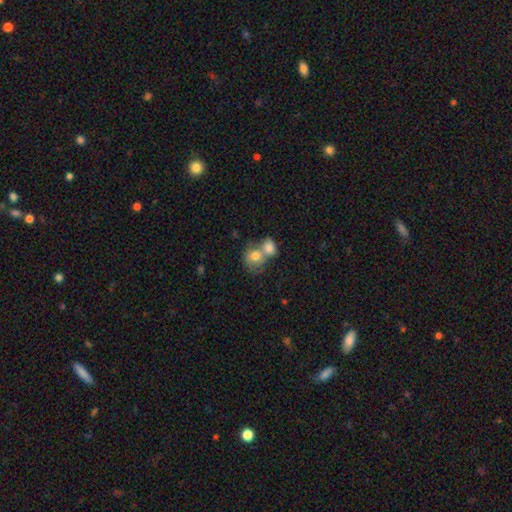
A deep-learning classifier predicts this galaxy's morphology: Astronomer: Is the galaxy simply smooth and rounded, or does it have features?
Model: smooth — 73%.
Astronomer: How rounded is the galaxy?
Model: round — 64%.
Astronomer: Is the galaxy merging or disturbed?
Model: merger — 67%.